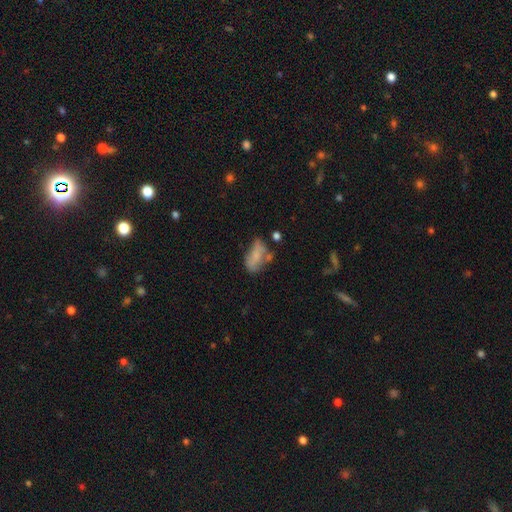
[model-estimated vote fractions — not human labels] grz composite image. It shows a smooth galaxy with no disk features (63%) that is in between round and cigar-shaped (87%). Merging: none (40%).